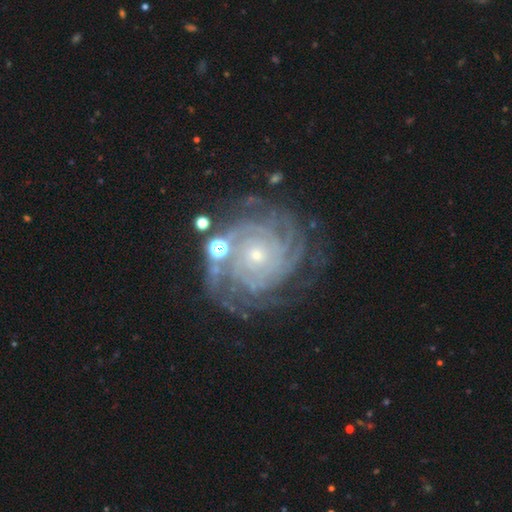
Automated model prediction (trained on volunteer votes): Overall: featured or disk (91%). Edge-on disk: no (98%). Bar: no (80%). Spiral arms: yes (98%). Spiral arm count: 4 (26%; more than 4 23%). Spiral winding: tight (84%). Bulge size: small (76%). Merging: none (72%).